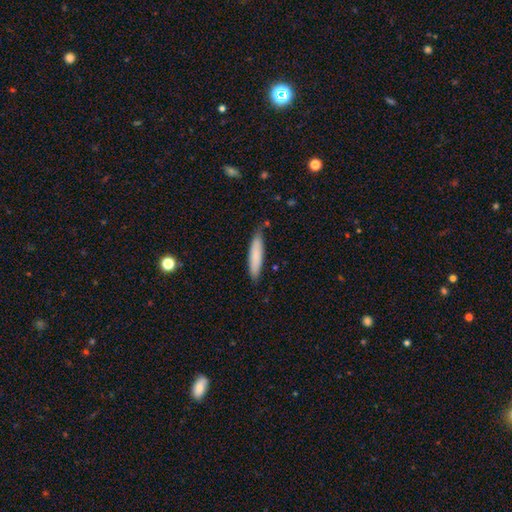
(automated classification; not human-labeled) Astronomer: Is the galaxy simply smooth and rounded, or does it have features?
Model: smooth — 81%.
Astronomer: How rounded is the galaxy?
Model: cigar-shaped — 83%.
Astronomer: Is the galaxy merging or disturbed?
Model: none — 77%.